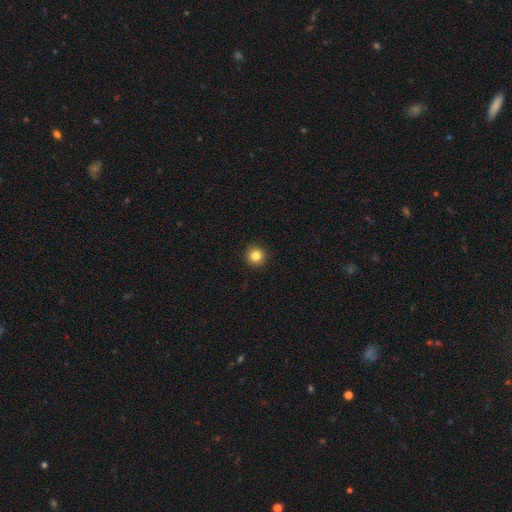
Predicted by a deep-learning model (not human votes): smooth 83%, star or artifact 11%, featured or disk 6%. Down the decision tree: how rounded — round (95%); merging — none (93%).